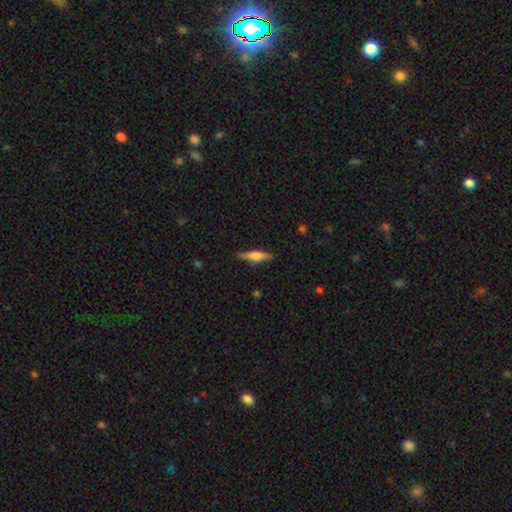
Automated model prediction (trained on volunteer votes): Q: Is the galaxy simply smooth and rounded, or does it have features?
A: smooth — 49%.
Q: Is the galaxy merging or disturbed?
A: none — 87%.